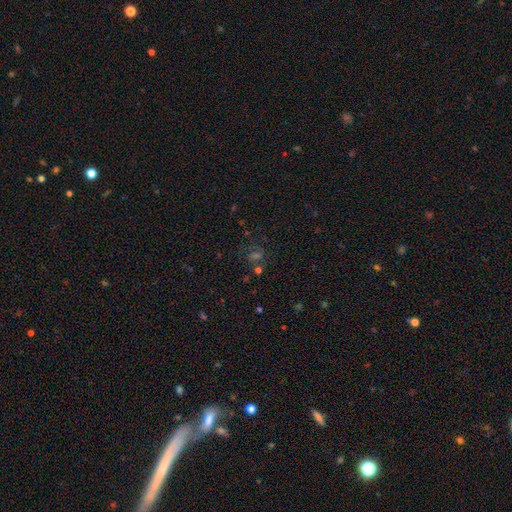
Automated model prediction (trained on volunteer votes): smooth_or_featured: star or artifact (p=0.47) [alt: smooth p=0.30]